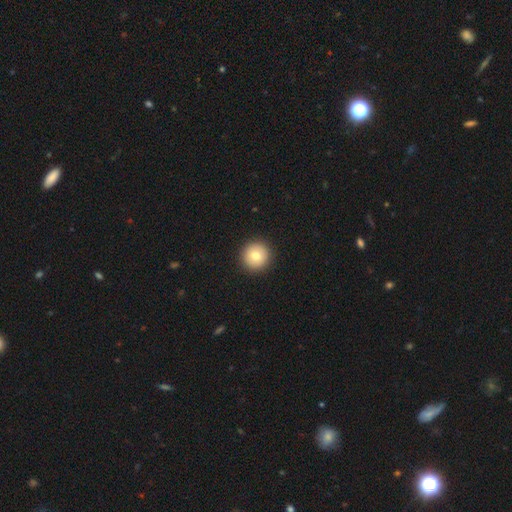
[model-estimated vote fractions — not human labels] Smooth or featured: smooth — 78% (featured or disk — 12%)
How rounded: round — 96% (in between — 3%)
Merging: none — 93% (minor disturbance — 4%)